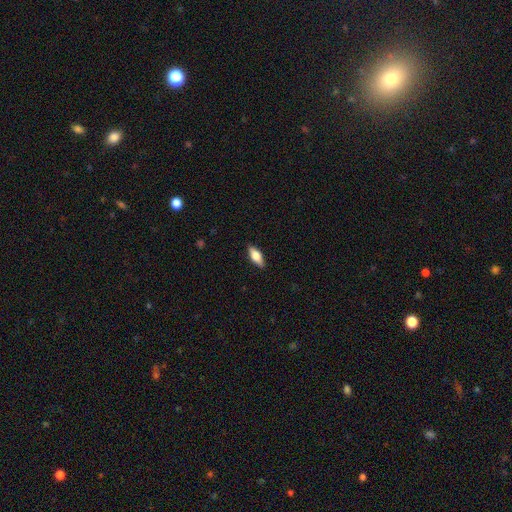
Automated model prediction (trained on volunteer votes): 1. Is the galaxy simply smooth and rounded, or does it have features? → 68% smooth, 26% featured or disk, 6% star or artifact.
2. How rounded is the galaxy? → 77% in between, 20% cigar-shaped, 3% round.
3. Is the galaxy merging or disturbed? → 88% none, 9% minor disturbance, 2% major disturbance, 1% merger.